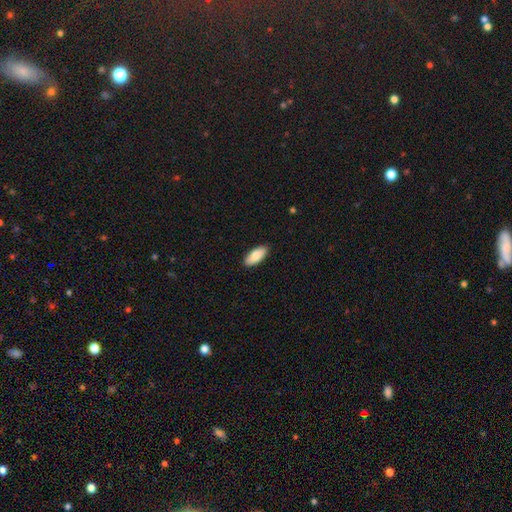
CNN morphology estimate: This is clearly a smooth galaxy (83%). How rounded: clearly in between (85%). Merging: clearly none (90%).